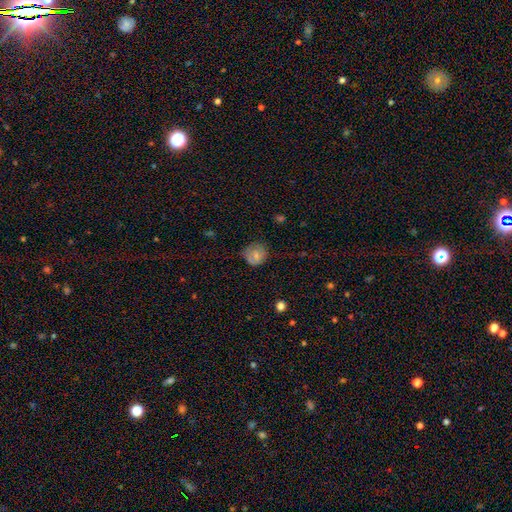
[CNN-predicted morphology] Smooth or featured? smooth (72%)
How rounded? round (83%)
Merging? none (67%)